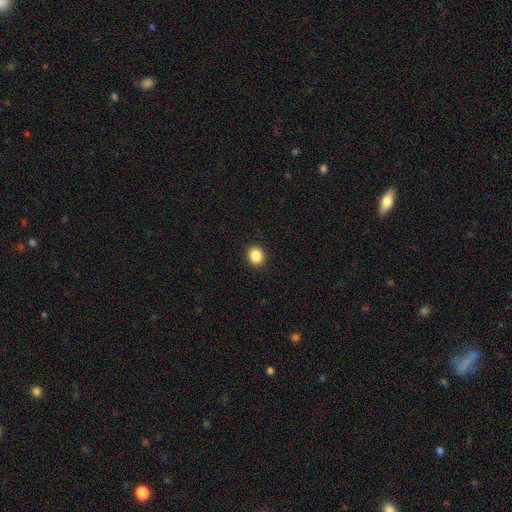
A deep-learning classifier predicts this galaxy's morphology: A smooth galaxy with no disk features (87%) that is round (60%). Merging: none (92%).